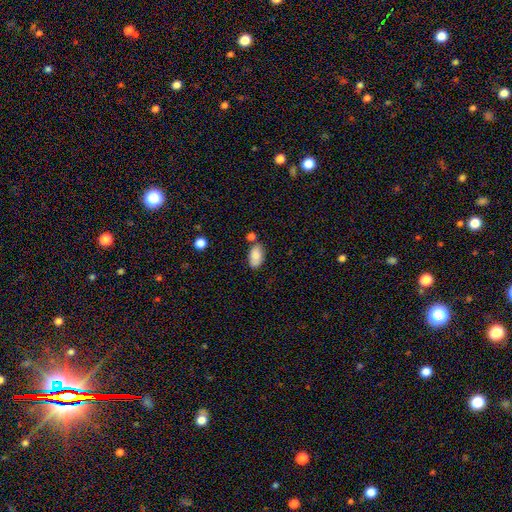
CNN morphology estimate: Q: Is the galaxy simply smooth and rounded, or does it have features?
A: smooth — 85%.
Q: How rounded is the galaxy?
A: in between — 93%.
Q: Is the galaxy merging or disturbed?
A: none — 70%.